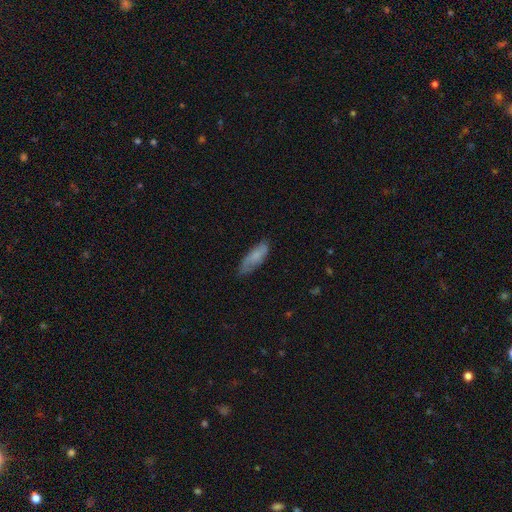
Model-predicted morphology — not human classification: type=smooth (73%); roundness=in between (57%); merging=none (71%).